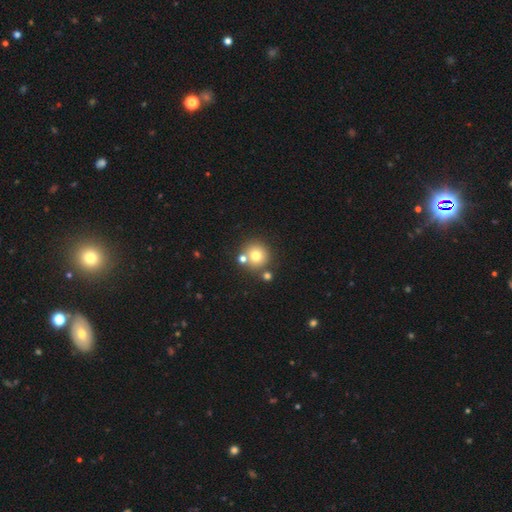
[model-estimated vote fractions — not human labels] Smooth or featured?
  - smooth: 75% *
  - featured or disk: 13%
  - star or artifact: 12%
How rounded?
  - round: 93% *
  - in between: 6%
  - cigar-shaped: 1%
Merging?
  - none: 71% *
  - merger: 18%
  - minor disturbance: 8%
  - major disturbance: 3%